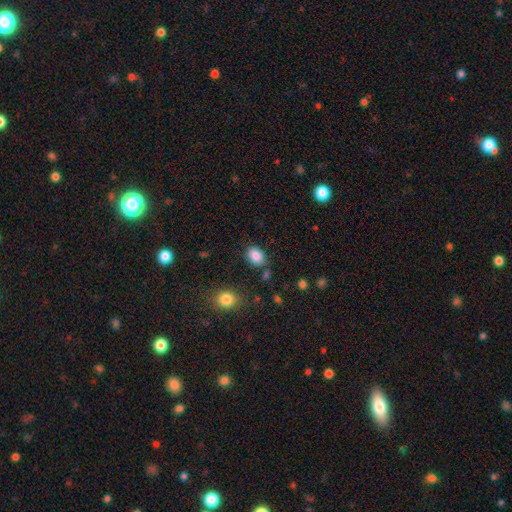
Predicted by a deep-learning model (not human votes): Q: Smooth or featured?
A: smooth (87%); runner-up: star or artifact (8%)
Q: How rounded?
A: in between (79%); runner-up: round (20%)
Q: Merging?
A: none (80%); runner-up: minor disturbance (12%)